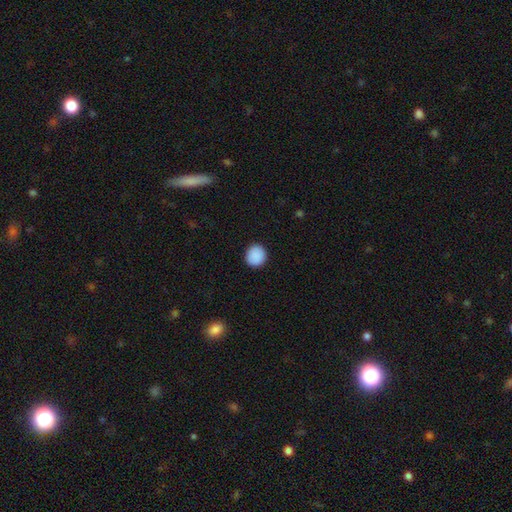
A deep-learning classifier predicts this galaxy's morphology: The model was most divided on "smooth or featured": smooth: 90%, star or artifact: 7%, featured or disk: 2%. More confident: how rounded — round (92%); merging — none (92%).